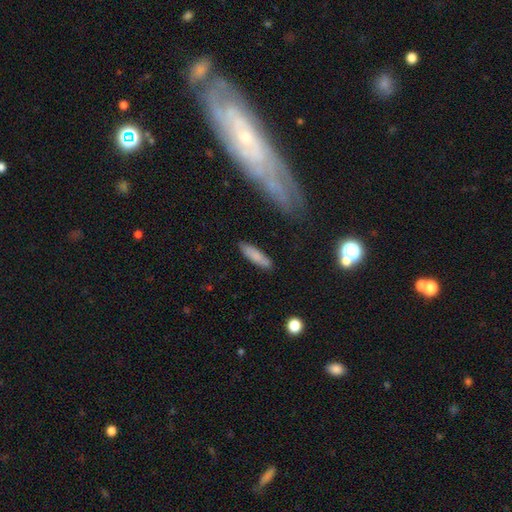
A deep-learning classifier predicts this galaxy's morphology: Smooth or featured? Predicted: smooth (p=0.77). How rounded? Predicted: cigar-shaped (p=0.62). Merging? Predicted: none (p=0.85).